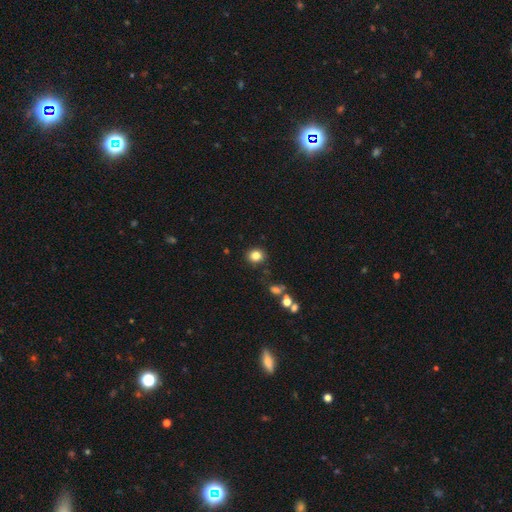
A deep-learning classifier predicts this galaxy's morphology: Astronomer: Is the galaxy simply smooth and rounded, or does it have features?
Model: smooth — 82%.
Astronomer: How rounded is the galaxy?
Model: round — 78%.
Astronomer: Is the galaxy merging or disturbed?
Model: none — 84%.